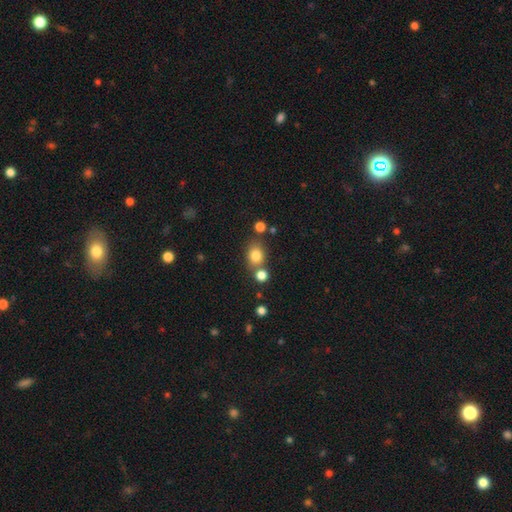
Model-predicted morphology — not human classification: Smooth or featured?
  - smooth: 80% *
  - star or artifact: 12%
  - featured or disk: 7%
How rounded?
  - round: 60% *
  - in between: 39%
  - cigar-shaped: 1%
Merging?
  - none: 65% *
  - merger: 20%
  - minor disturbance: 11%
  - major disturbance: 4%